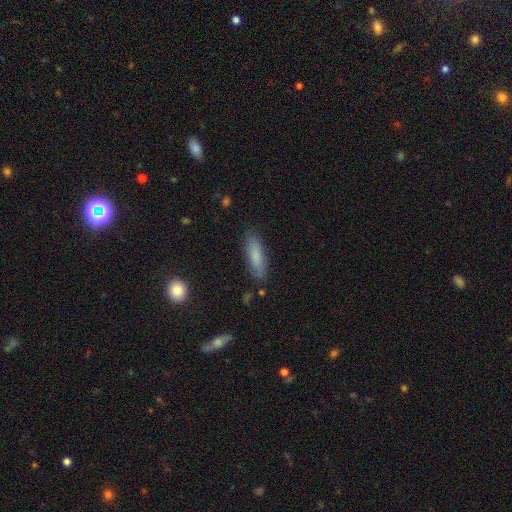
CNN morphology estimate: Q: Smooth or featured?
A: smooth (80%); runner-up: featured or disk (13%)
Q: How rounded?
A: cigar-shaped (64%); runner-up: in between (35%)
Q: Merging?
A: none (84%); runner-up: minor disturbance (12%)